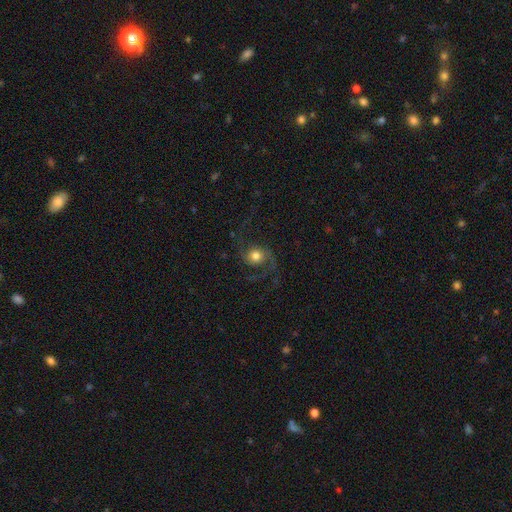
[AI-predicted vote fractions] Smooth or featured: featured or disk — 78% (smooth — 15%)
Edge-on disk: no — 97% (yes — 3%)
Bar: no — 72% (weak — 22%)
Spiral arms: yes — 95% (no — 5%)
Spiral winding: loose — 58% (medium — 36%)
Spiral arm count: 2 — 88% (3 — 4%)
Bulge size: moderate — 53% (large — 30%)
Merging: none — 68% (major disturbance — 16%)